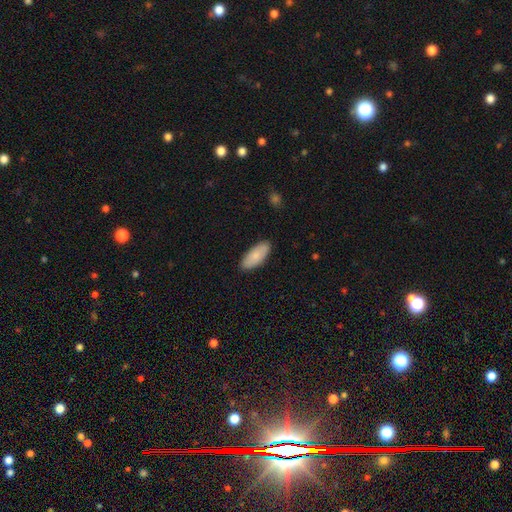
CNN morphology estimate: Smooth or featured? Predicted: smooth (p=0.84). How rounded? Predicted: in between (p=0.86). Merging? Predicted: none (p=0.87).